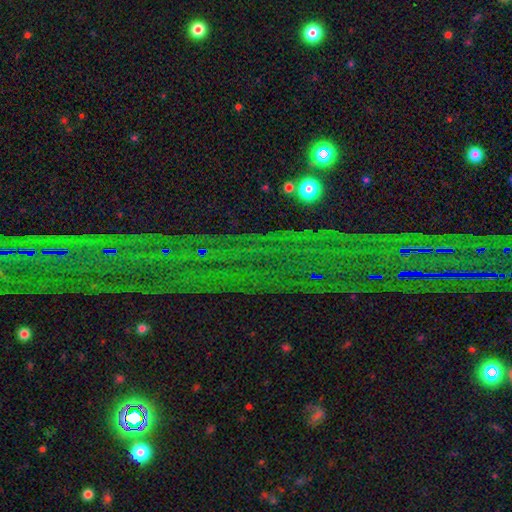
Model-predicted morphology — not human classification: Smooth or featured?
  - star or artifact: 78% *
  - featured or disk: 12%
  - smooth: 10%